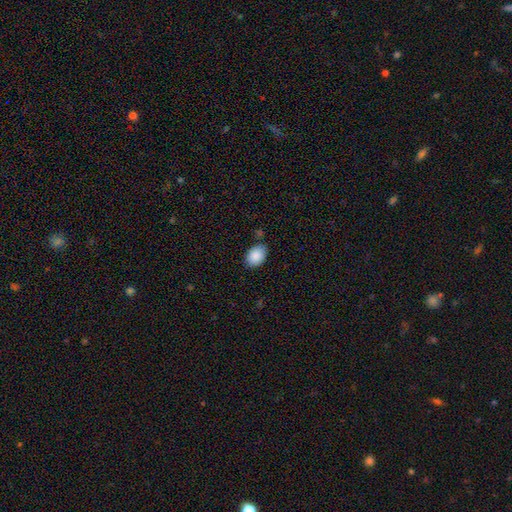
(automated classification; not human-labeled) Smooth or featured: smooth — 89% (star or artifact — 7%)
How rounded: in between — 81% (round — 18%)
Merging: none — 79% (minor disturbance — 15%)